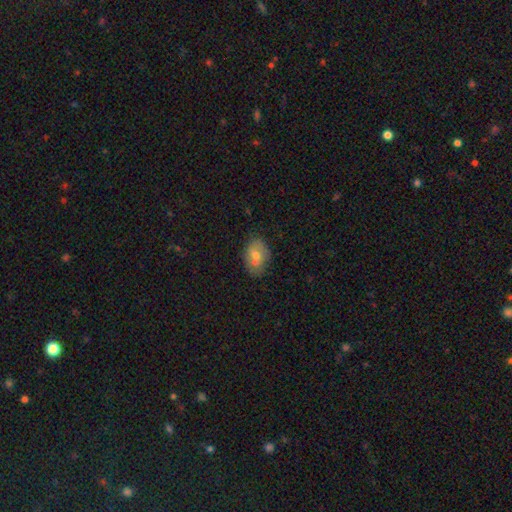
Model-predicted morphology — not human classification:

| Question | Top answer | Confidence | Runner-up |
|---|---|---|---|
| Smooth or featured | smooth | 58% | featured or disk (29%) |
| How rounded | in between | 81% | round (17%) |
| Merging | none | 67% | minor disturbance (16%) |